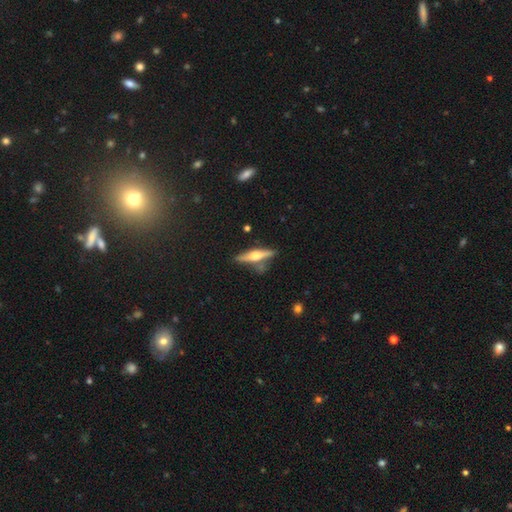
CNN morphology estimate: A featured or disk galaxy (66%) viewed edge-on (96%) with a rounded central bulge (92%). Merging: none (76%).